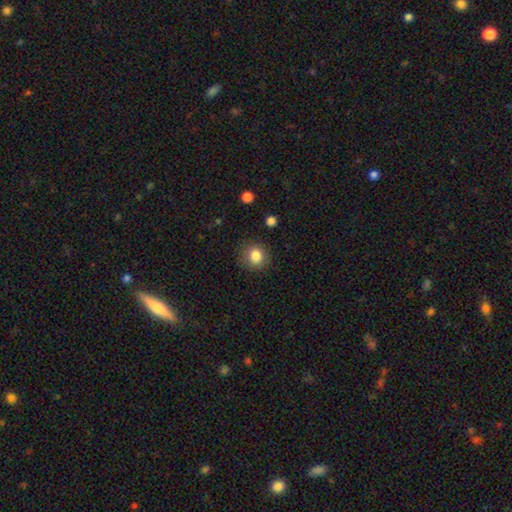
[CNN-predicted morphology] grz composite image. It shows a smooth galaxy with no disk features (84%) that is round (85%). Merging: none (86%).